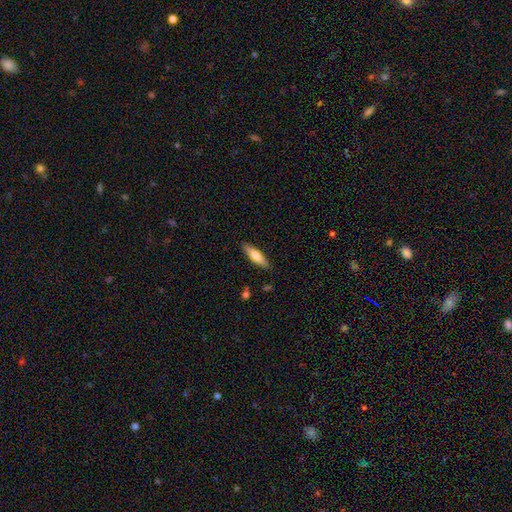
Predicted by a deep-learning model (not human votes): smooth-or-featured: smooth: 64% | featured or disk: 30% | star or artifact: 6%
  how-rounded: cigar-shaped: 64% | in between: 34% | round: 2%
  merging: none: 88% | minor disturbance: 9% | major disturbance: 2% | merger: 1%